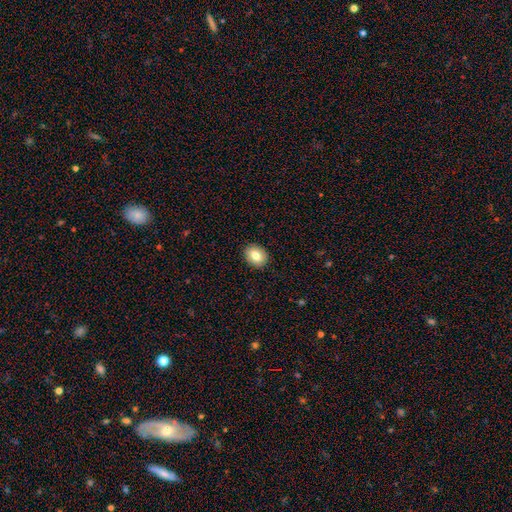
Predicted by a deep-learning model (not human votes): A smooth galaxy with no disk features (81%) that is in between round and cigar-shaped (60%). Merging: none (91%).